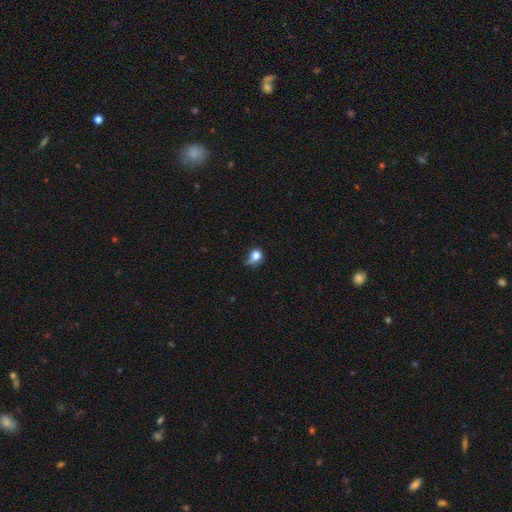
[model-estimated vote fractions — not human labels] smooth 78%, star or artifact 12%, featured or disk 11%. Down the decision tree: how rounded — round (69%); merging — none (37%).